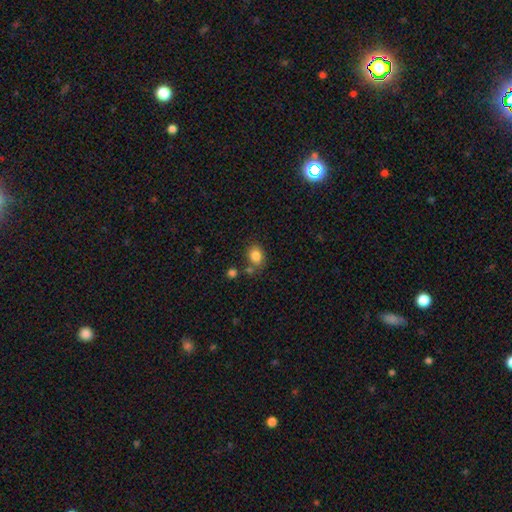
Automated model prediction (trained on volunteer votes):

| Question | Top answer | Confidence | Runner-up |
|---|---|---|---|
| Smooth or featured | smooth | 84% | star or artifact (10%) |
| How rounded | in between | 58% | round (41%) |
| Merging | none | 68% | minor disturbance (15%) |